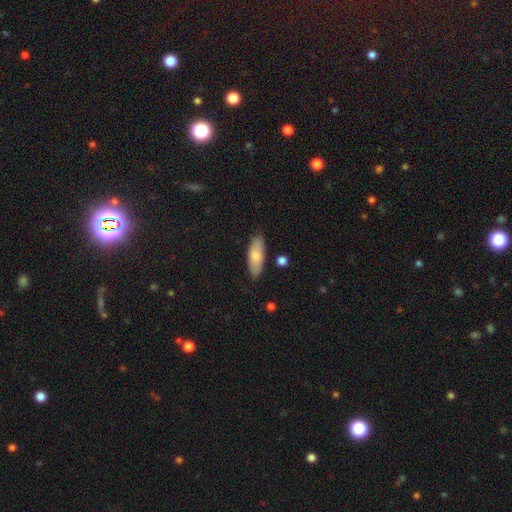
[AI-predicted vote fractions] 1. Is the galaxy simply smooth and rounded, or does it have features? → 80% smooth, 14% featured or disk, 6% star or artifact.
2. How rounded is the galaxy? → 74% in between, 24% cigar-shaped, 2% round.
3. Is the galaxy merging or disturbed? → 84% none, 11% minor disturbance, 2% merger, 2% major disturbance.